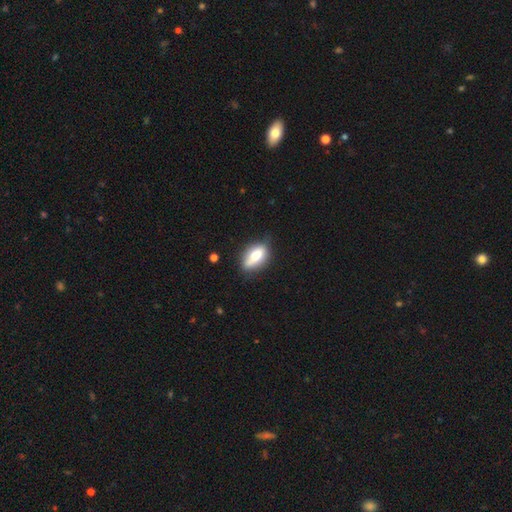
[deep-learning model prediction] A smooth galaxy with no disk features (68%) that is in between round and cigar-shaped (84%). Merging: none (72%).